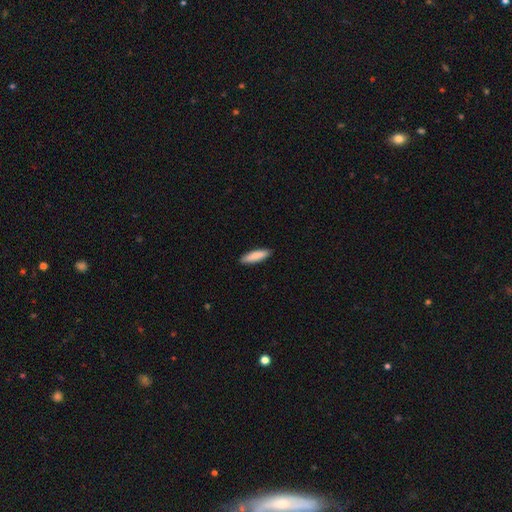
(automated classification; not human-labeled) Q: Smooth or featured?
A: smooth (86%); runner-up: featured or disk (9%)
Q: How rounded?
A: cigar-shaped (67%); runner-up: in between (31%)
Q: Merging?
A: none (91%); runner-up: minor disturbance (7%)